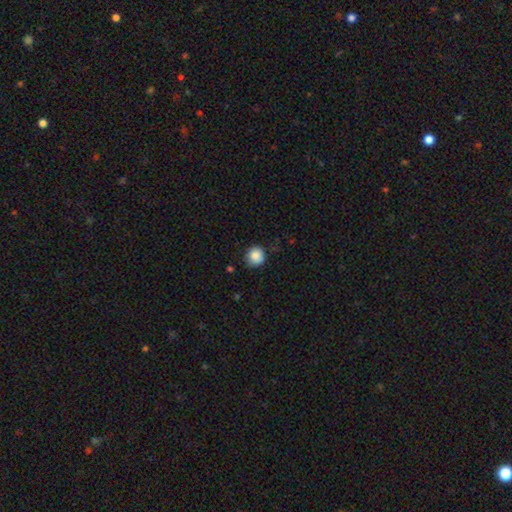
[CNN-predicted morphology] smooth-or-featured: smooth: 85% | star or artifact: 9% | featured or disk: 6%
  how-rounded: round: 92% | in between: 7% | cigar-shaped: 1%
  merging: none: 81% | minor disturbance: 15% | major disturbance: 3% | merger: 1%